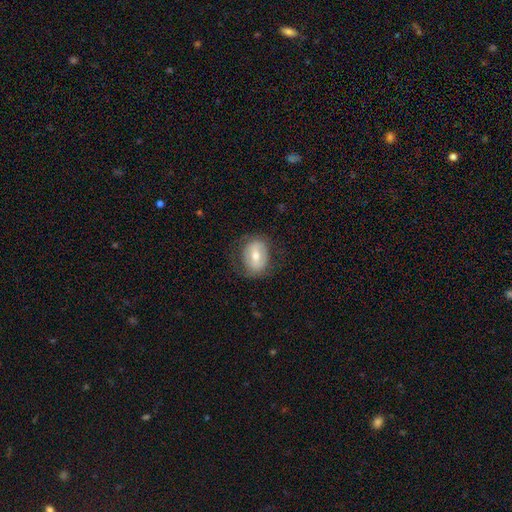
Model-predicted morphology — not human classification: Overall: smooth (47%; featured or disk 45%). Merging: none (72%).